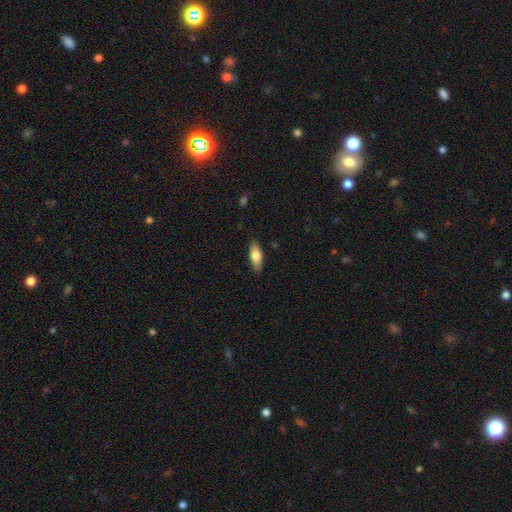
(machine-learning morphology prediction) This appears to be a smooth galaxy with no disk features (70%) that is in between round and cigar-shaped (67%). Merging: none (86%).